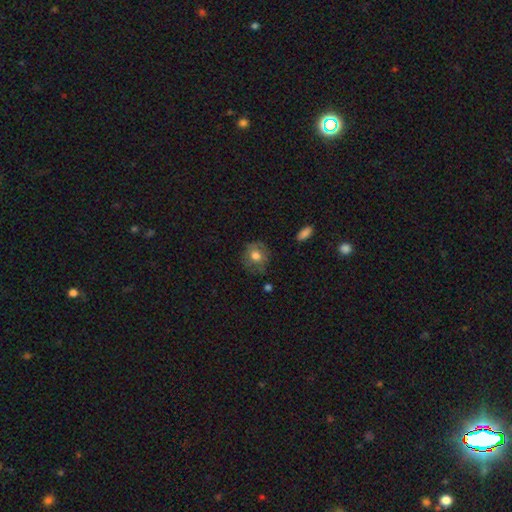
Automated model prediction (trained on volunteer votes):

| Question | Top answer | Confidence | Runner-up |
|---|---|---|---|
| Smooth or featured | smooth | 68% | featured or disk (23%) |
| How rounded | round | 81% | in between (18%) |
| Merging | none | 72% | minor disturbance (19%) |